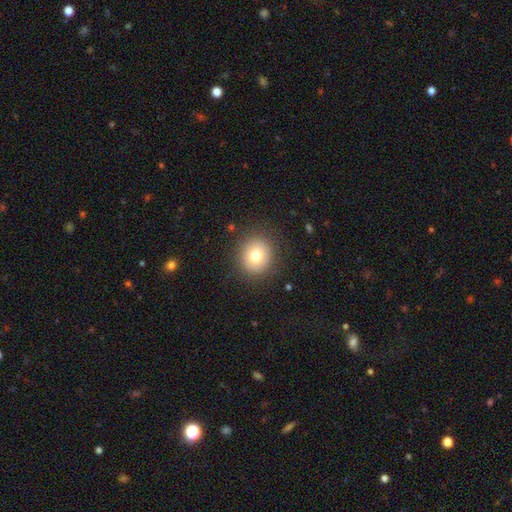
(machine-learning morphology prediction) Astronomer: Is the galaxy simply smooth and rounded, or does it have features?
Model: smooth — 76%.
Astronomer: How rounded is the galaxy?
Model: round — 85%.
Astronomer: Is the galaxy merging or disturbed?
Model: none — 88%.